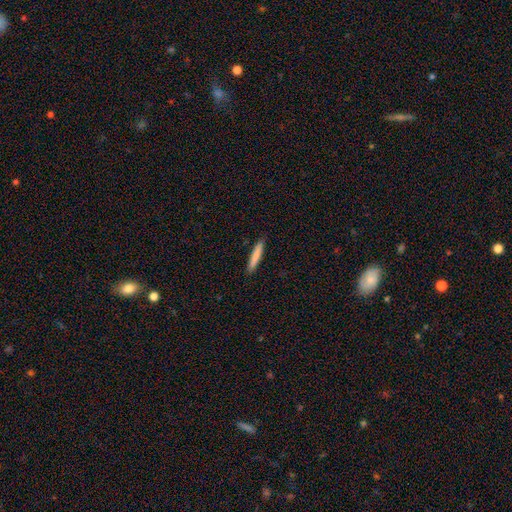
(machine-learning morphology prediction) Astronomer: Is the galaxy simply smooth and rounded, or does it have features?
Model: smooth — 82%.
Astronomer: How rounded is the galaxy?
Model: cigar-shaped — 94%.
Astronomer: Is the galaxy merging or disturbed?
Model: none — 91%.